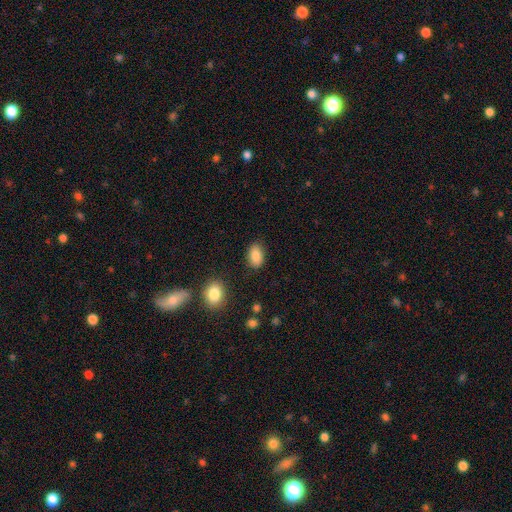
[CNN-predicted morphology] This is clearly a smooth galaxy (86%). How rounded: clearly in between (90%). Merging: clearly none (85%).